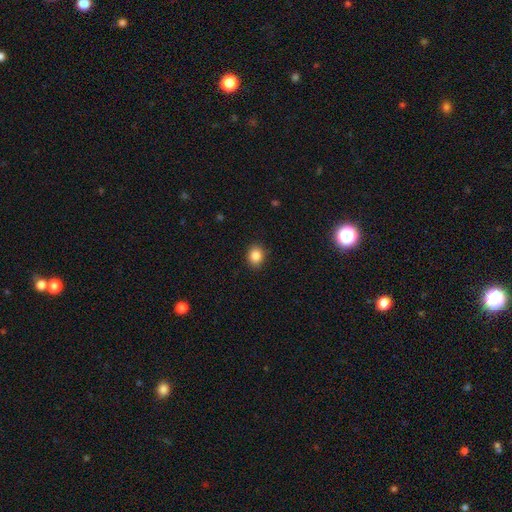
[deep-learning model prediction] Smooth or featured?
  - smooth: 85% *
  - star or artifact: 10%
  - featured or disk: 5%
How rounded?
  - round: 59% *
  - in between: 40%
  - cigar-shaped: 1%
Merging?
  - none: 88% *
  - minor disturbance: 8%
  - major disturbance: 2%
  - merger: 1%